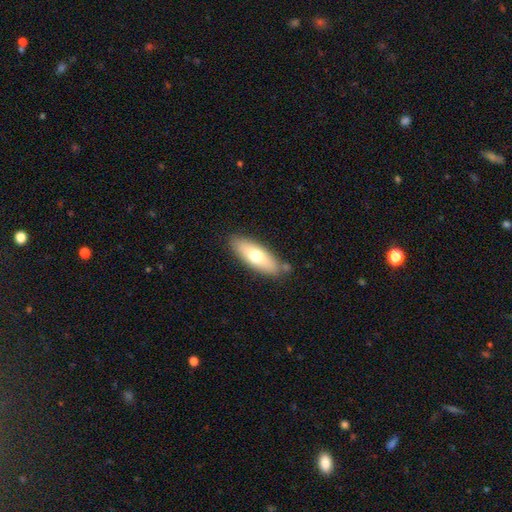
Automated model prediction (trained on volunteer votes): smooth 66%, featured or disk 28%, star or artifact 6%. Down the decision tree: how rounded — in between (61%); merging — none (80%).